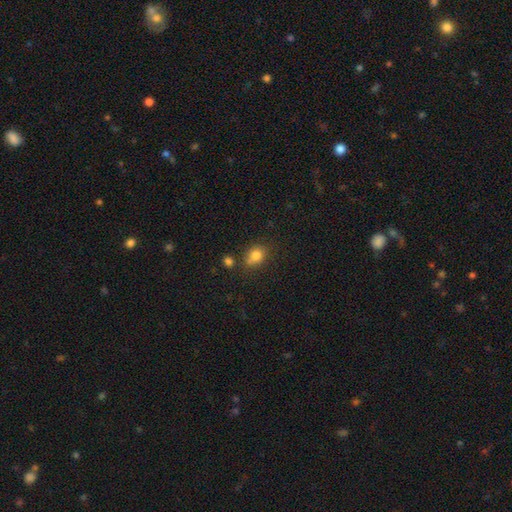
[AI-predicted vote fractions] Smooth or featured: smooth — 82% (star or artifact — 11%)
How rounded: round — 50% (in between — 48%)
Merging: none — 62% (minor disturbance — 21%)